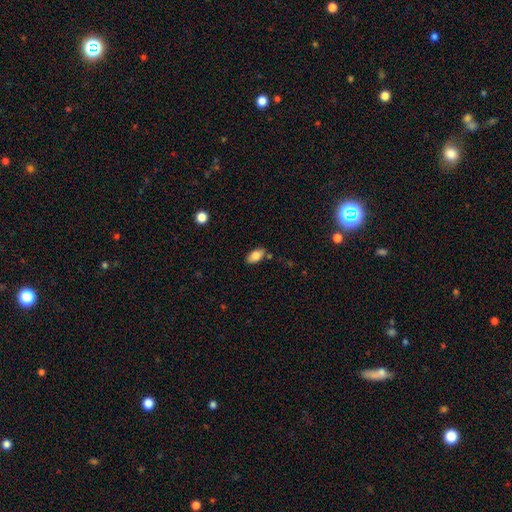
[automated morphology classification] Q: Smooth or featured?
A: smooth (83%); runner-up: featured or disk (9%)
Q: How rounded?
A: in between (92%); runner-up: round (4%)
Q: Merging?
A: none (79%); runner-up: minor disturbance (14%)